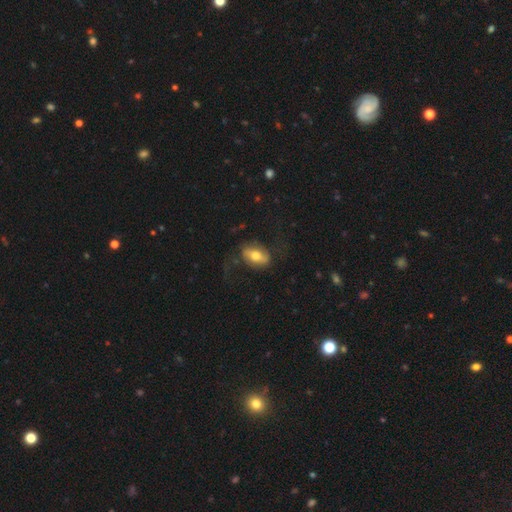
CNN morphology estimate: type=smooth (49%); merging=none (65%).